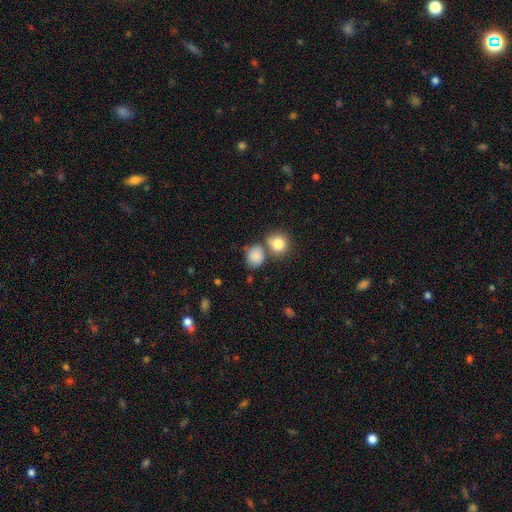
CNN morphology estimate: A smooth galaxy with no disk features (85%) that is round (64%).

Vote fractions:
- Smooth or featured? smooth: 85% / star or artifact: 9% / featured or disk: 7%
- How rounded? round: 64% / in between: 35% / cigar-shaped: 1%
- Merging? none: 54% / merger: 28% / minor disturbance: 14% / major disturbance: 5%